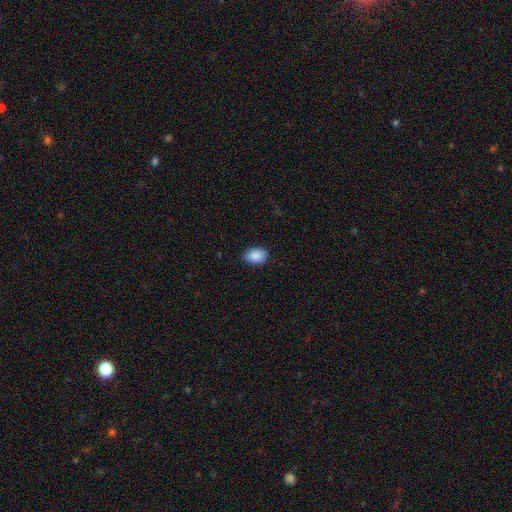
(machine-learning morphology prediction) This is clearly a smooth galaxy (88%). How rounded: clearly in between (80%). Merging: clearly none (83%).